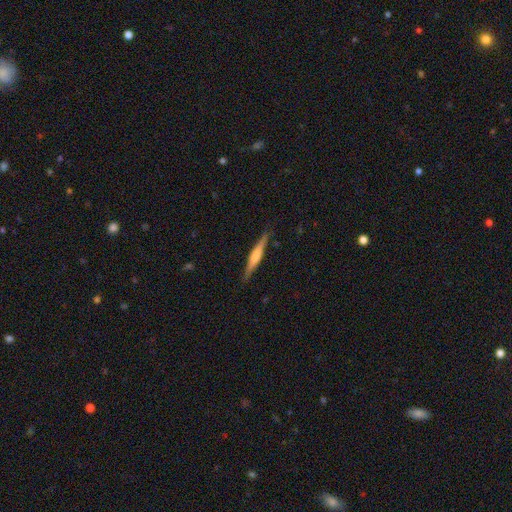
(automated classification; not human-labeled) A featured or disk galaxy (56%) viewed edge-on (97%) with a rounded central bulge (53%).

Vote fractions:
- Smooth or featured? featured or disk: 56% / smooth: 38% / star or artifact: 6%
- Edge-on disk? yes: 97% / no: 3%
- Edge-on bulge? rounded: 53% / boxy: 28% / none: 19%
- Merging? none: 88% / minor disturbance: 9% / major disturbance: 2% / merger: 1%